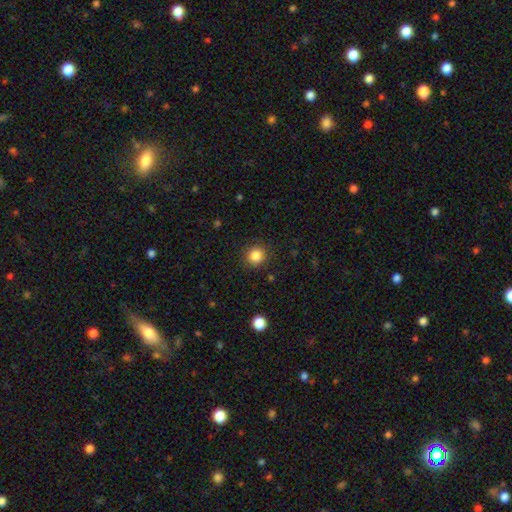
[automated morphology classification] The model was most divided on "smooth or featured": smooth: 85%, star or artifact: 11%, featured or disk: 4%. More confident: how rounded — round (92%); merging — none (90%).